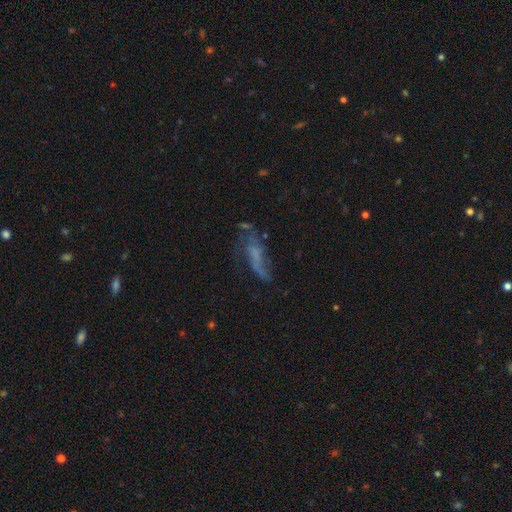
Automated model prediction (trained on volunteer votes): Q: Smooth or featured?
A: featured or disk (51%); runner-up: smooth (33%)
Q: Edge-on disk?
A: no (78%); runner-up: yes (22%)
Q: Merging?
A: none (42%); runner-up: major disturbance (29%)